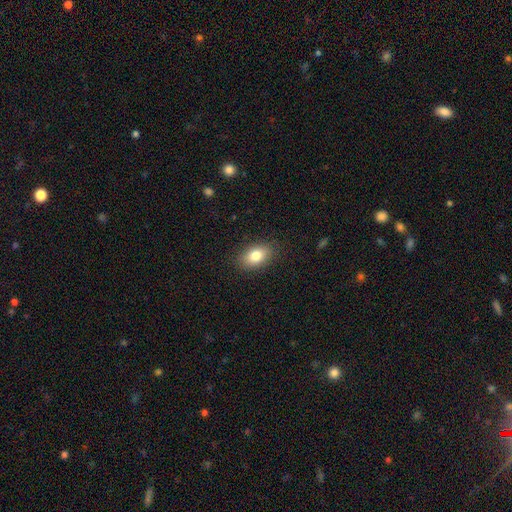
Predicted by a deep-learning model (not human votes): Smooth or featured? Predicted: smooth (p=0.81). How rounded? Predicted: in between (p=0.87). Merging? Predicted: none (p=0.87).